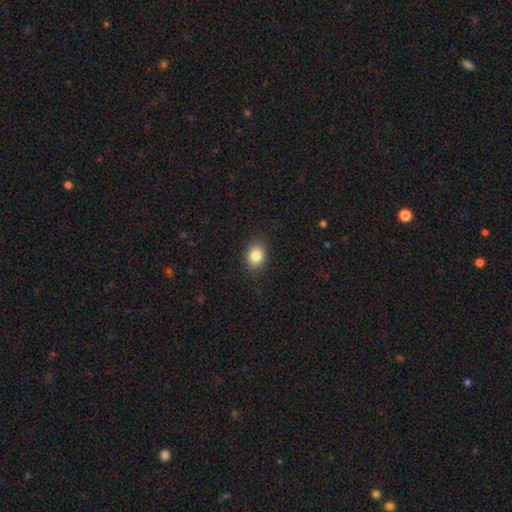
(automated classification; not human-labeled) Overall: smooth (84%). How rounded: in between (57%; round 42%). Merging: none (87%).